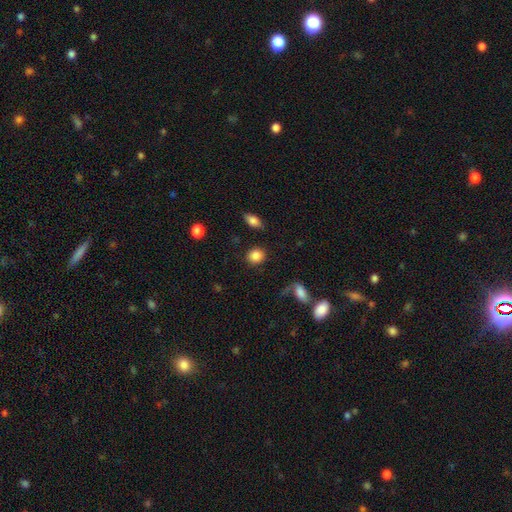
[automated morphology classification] Q: Smooth or featured?
A: smooth (86%); runner-up: star or artifact (8%)
Q: How rounded?
A: round (69%); runner-up: in between (30%)
Q: Merging?
A: none (86%); runner-up: minor disturbance (8%)